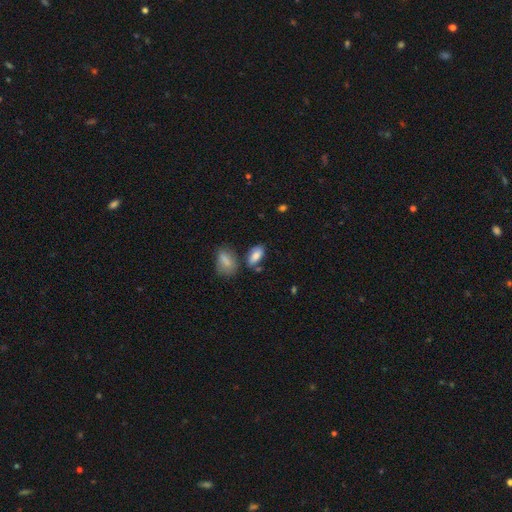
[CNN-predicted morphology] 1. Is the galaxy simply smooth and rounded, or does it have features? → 80% smooth, 12% featured or disk, 8% star or artifact.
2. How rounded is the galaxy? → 86% in between, 10% cigar-shaped, 4% round.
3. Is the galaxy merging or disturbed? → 67% none, 17% minor disturbance, 11% merger, 5% major disturbance.